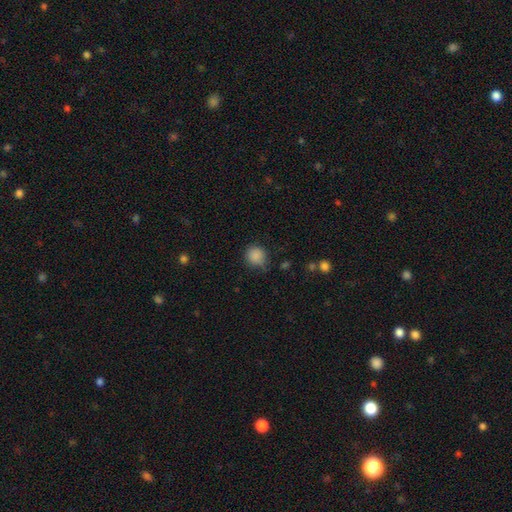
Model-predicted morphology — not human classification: Smooth or featured? Predicted: smooth (p=0.86). How rounded? Predicted: round (p=0.88). Merging? Predicted: none (p=0.70).